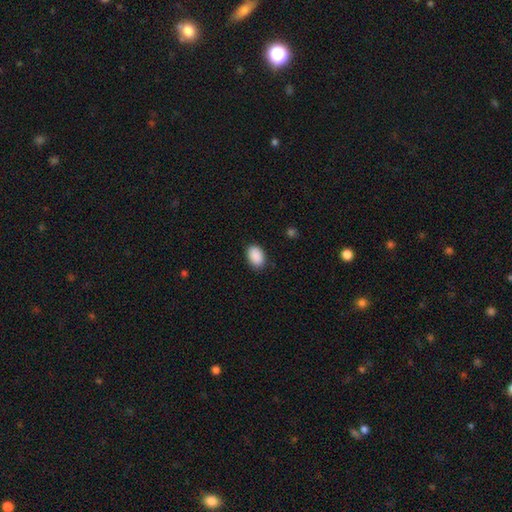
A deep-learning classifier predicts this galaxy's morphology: Smooth or featured: smooth — 91% (star or artifact — 7%)
How rounded: in between — 87% (round — 12%)
Merging: none — 86% (minor disturbance — 10%)